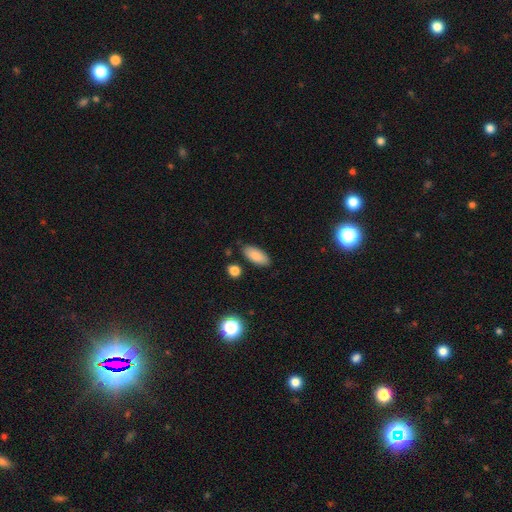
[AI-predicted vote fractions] A smooth galaxy with no disk features (86%) that is in between round and cigar-shaped (87%). Merging: none (83%).